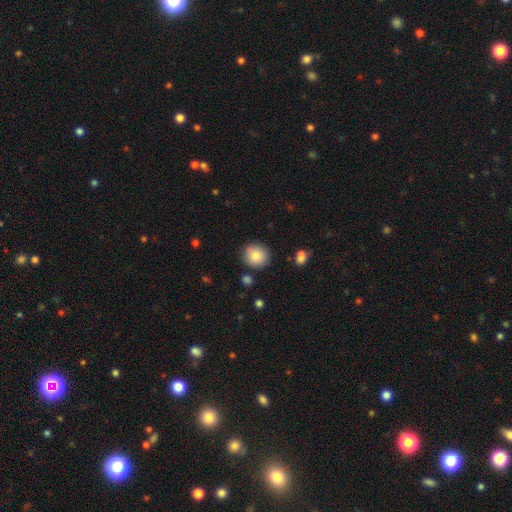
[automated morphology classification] The model was most divided on "merging": none: 86%, minor disturbance: 9%, merger: 3%, major disturbance: 2%. More confident: how rounded — round (88%); smooth or featured — smooth (85%).